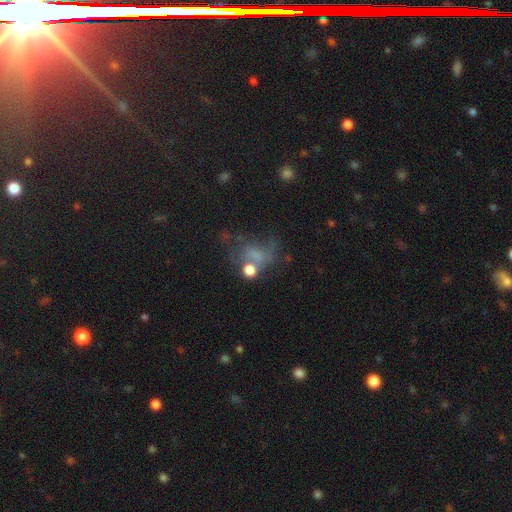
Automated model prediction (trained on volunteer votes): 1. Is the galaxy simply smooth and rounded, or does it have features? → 42% smooth, 33% featured or disk, 25% star or artifact.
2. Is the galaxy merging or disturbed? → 39% major disturbance, 29% none, 17% minor disturbance, 15% merger.